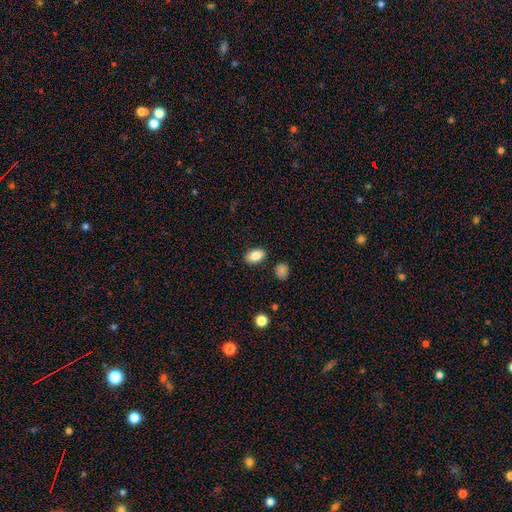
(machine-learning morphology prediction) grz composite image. It shows a smooth galaxy with no disk features (86%) that is in between round and cigar-shaped (89%). Merging: none (86%).